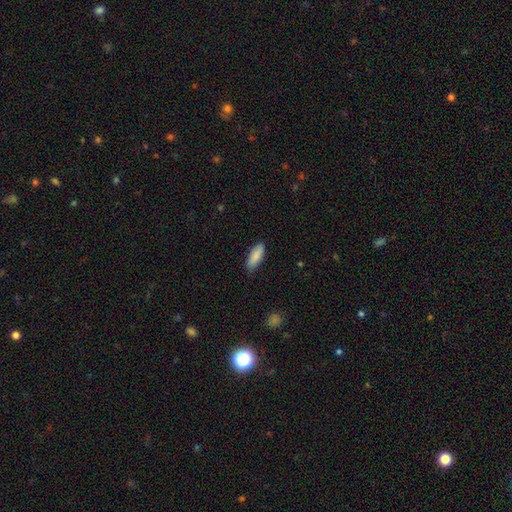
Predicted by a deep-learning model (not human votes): Q: Smooth or featured?
A: smooth (88%); runner-up: featured or disk (6%)
Q: How rounded?
A: in between (68%); runner-up: cigar-shaped (30%)
Q: Merging?
A: none (86%); runner-up: minor disturbance (11%)